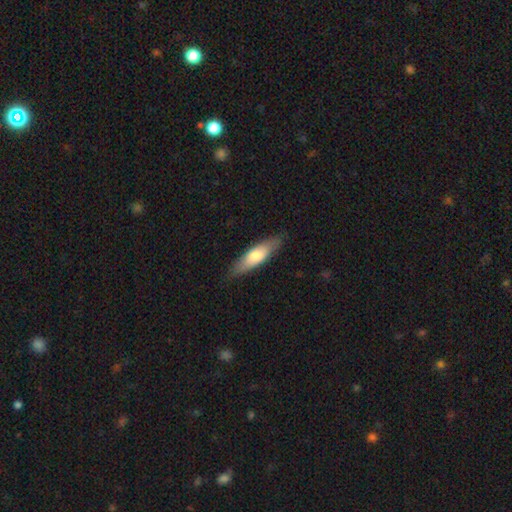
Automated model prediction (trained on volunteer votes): The model was most divided on "how rounded": cigar-shaped: 57%, in between: 41%, round: 2%. More confident: merging — none (84%); smooth or featured — smooth (69%).